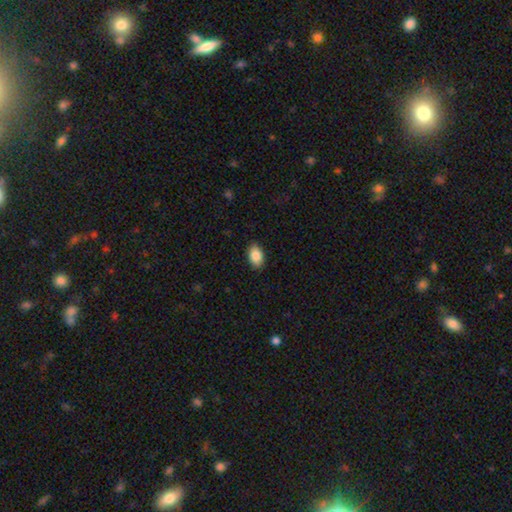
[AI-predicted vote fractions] smooth 87%, star or artifact 7%, featured or disk 6%. Down the decision tree: how rounded — in between (92%); merging — none (89%).